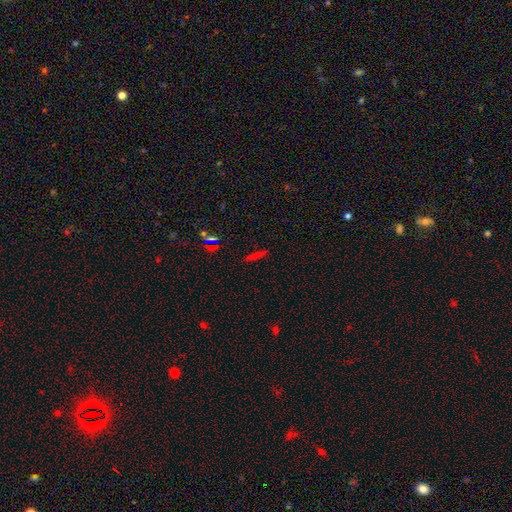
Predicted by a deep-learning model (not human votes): smooth_or_featured: smooth (p=0.60) [alt: star or artifact p=0.23]
how_rounded: cigar-shaped (p=0.85) [alt: in between p=0.11]
merging: none (p=0.87) [alt: minor disturbance p=0.09]